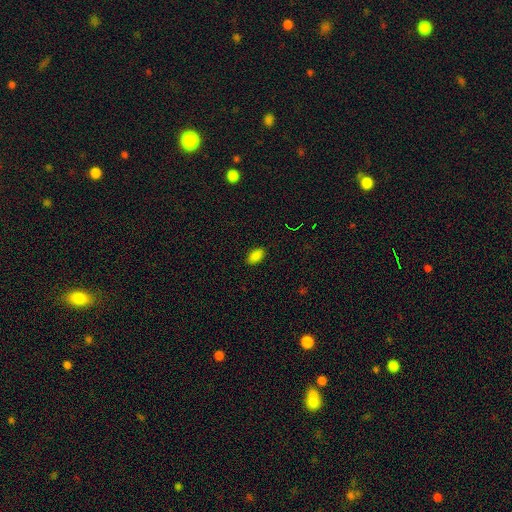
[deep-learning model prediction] Smooth or featured? Predicted: smooth (p=0.86). How rounded? Predicted: in between (p=0.93). Merging? Predicted: none (p=0.88).